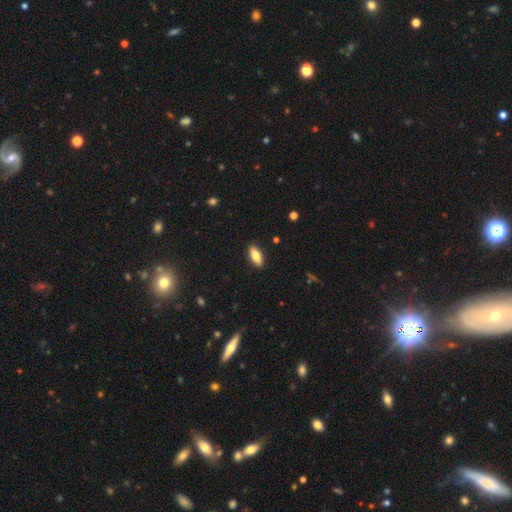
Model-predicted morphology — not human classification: Smooth or featured? smooth (74%)
How rounded? in between (80%)
Merging? none (90%)